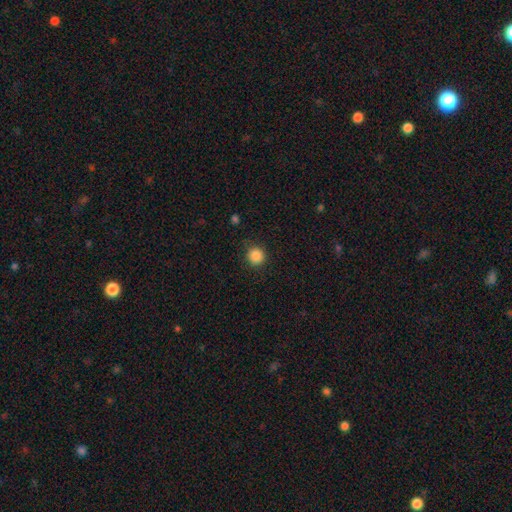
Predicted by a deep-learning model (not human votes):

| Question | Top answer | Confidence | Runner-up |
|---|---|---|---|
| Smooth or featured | smooth | 86% | star or artifact (11%) |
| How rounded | round | 94% | in between (5%) |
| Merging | none | 88% | minor disturbance (8%) |